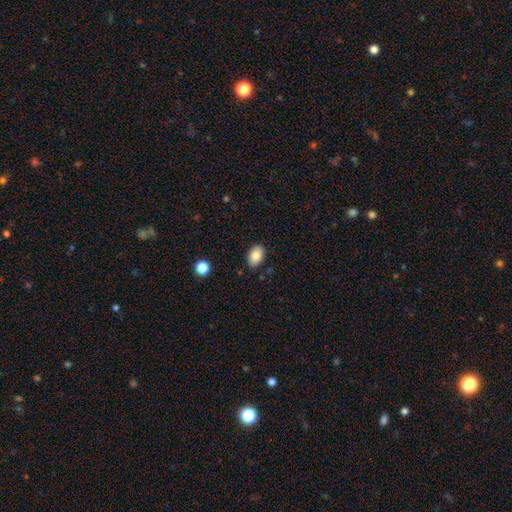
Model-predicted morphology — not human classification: The model was most divided on "merging": none: 87%, minor disturbance: 10%, major disturbance: 2%, merger: 1%. More confident: how rounded — in between (88%); smooth or featured — smooth (85%).